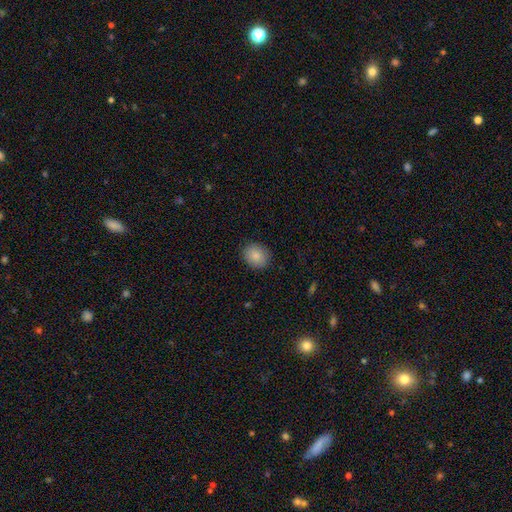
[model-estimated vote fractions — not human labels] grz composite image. It shows a smooth galaxy with no disk features (87%) that is round (57%). Merging: none (88%).